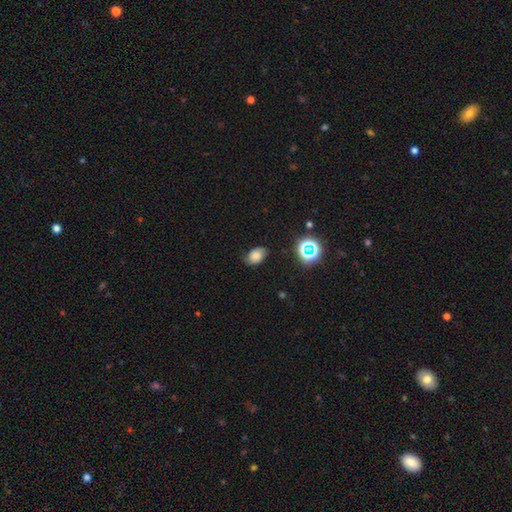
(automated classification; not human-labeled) Smooth or featured? smooth (58%)
How rounded? in between (77%)
Merging? none (70%)